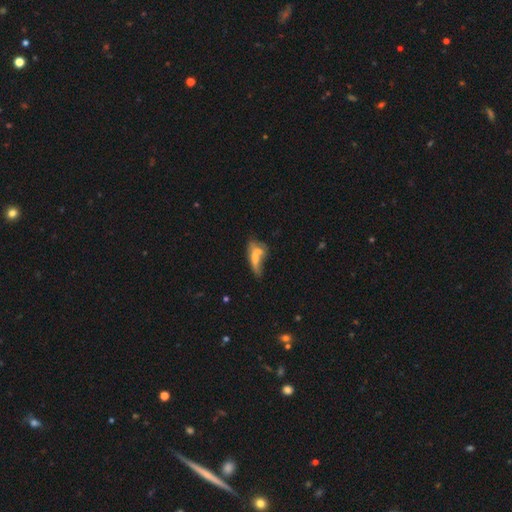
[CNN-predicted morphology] The model was most divided on "merging": merger: 40%, none: 27%, major disturbance: 16%, minor disturbance: 16%. More confident: how rounded — in between (54%); smooth or featured — smooth (52%).